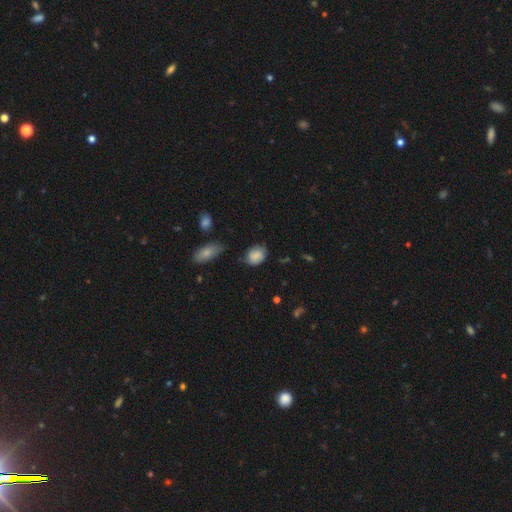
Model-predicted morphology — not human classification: This is clearly a smooth galaxy (82%). How rounded: possibly in between (53%). Merging: likely none (61%).